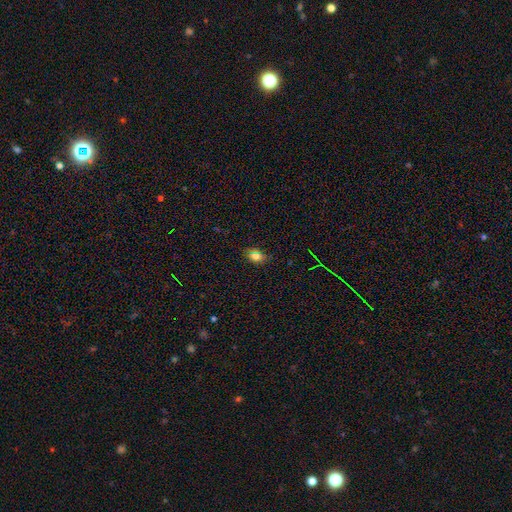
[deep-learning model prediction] smooth_or_featured: smooth (p=0.77) [alt: star or artifact p=0.14]
how_rounded: in between (p=0.68) [alt: round p=0.30]
merging: none (p=0.82) [alt: minor disturbance p=0.14]